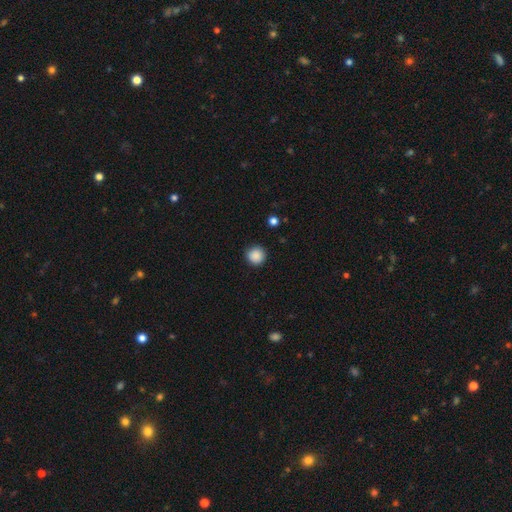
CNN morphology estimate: This appears to be a smooth galaxy with no disk features (88%) that is round (95%). Merging: none (91%).